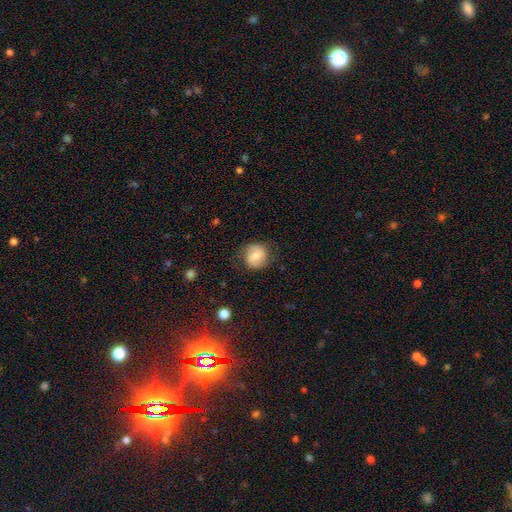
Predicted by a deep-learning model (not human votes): Smooth or featured? Predicted: smooth (p=0.61). How rounded? Predicted: round (p=0.79). Merging? Predicted: none (p=0.70).